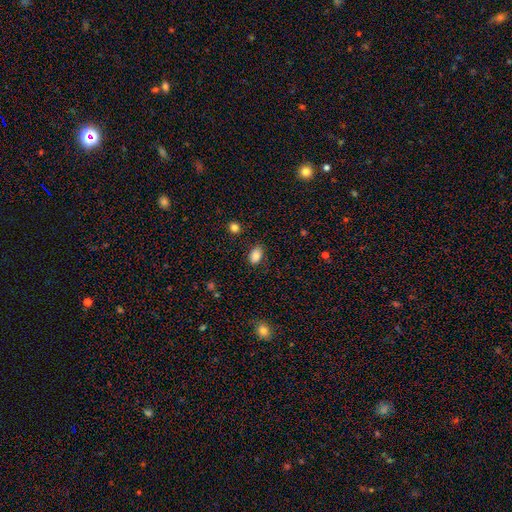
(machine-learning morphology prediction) A smooth galaxy with no disk features (85%) that is in between round and cigar-shaped (87%).

Vote fractions:
- Smooth or featured? smooth: 85% / star or artifact: 9% / featured or disk: 6%
- How rounded? in between: 87% / round: 11% / cigar-shaped: 1%
- Merging? none: 81% / minor disturbance: 14% / major disturbance: 3% / merger: 1%